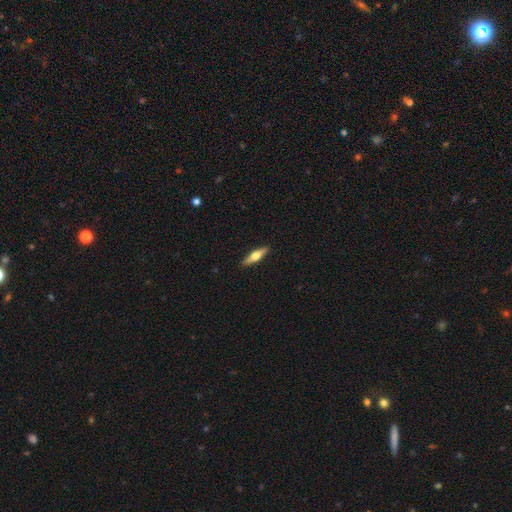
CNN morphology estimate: type=featured or disk (54%); edge-on=yes (95%); edge-on bulge=rounded (94%); merging=none (91%).